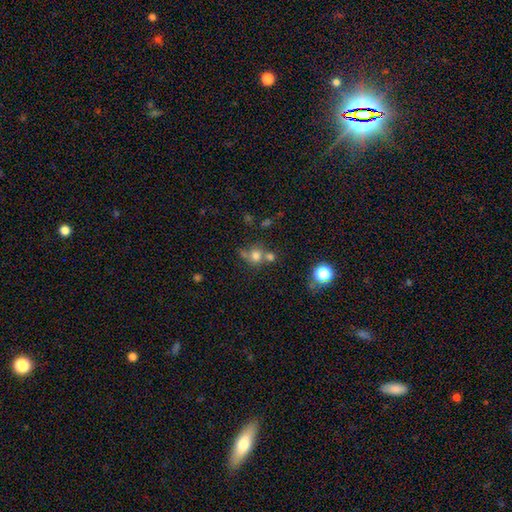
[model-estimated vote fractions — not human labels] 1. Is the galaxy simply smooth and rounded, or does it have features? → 72% smooth, 16% star or artifact, 13% featured or disk.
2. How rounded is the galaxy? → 81% round, 18% in between, 1% cigar-shaped.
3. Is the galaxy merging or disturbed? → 41% none (tied), 41% merger (tied), 11% minor disturbance, 6% major disturbance.